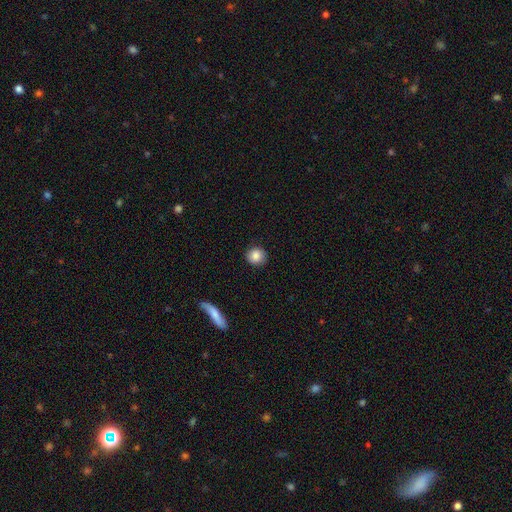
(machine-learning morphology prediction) Smooth or featured?
  - smooth: 85% *
  - star or artifact: 9%
  - featured or disk: 6%
How rounded?
  - round: 86% *
  - in between: 12%
  - cigar-shaped: 1%
Merging?
  - none: 89% *
  - minor disturbance: 8%
  - major disturbance: 2%
  - merger: 1%